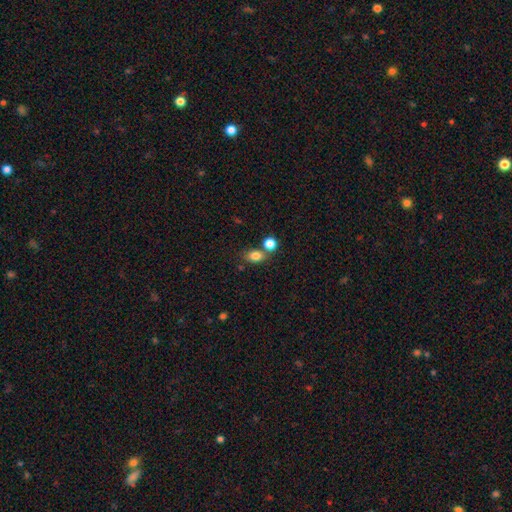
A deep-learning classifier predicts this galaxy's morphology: This is clearly a smooth galaxy (81%). How rounded: likely in between (72%). Merging: possibly none (58%).